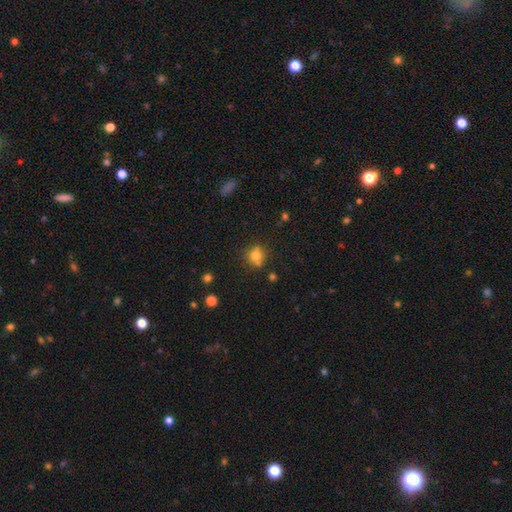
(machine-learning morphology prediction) Q: Smooth or featured?
A: smooth (75%); runner-up: star or artifact (15%)
Q: How rounded?
A: round (82%); runner-up: in between (17%)
Q: Merging?
A: none (64%); runner-up: merger (16%)